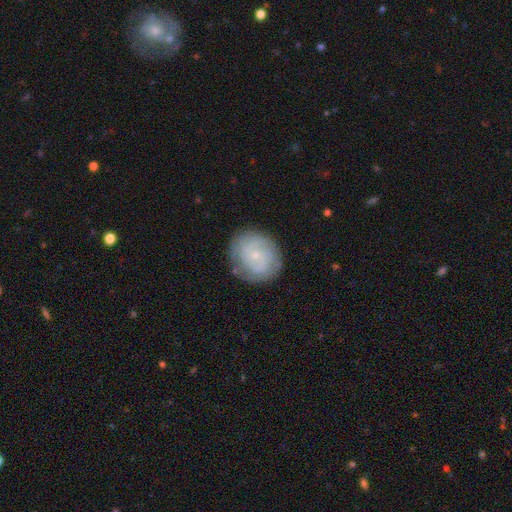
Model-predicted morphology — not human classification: Overall: featured or disk (64%; smooth 29%). Edge-on disk: no (98%). Bar: no (77%). Spiral arms: yes (86%). Spiral arm count: can't tell (39%; 2 31%). Spiral winding: tight (65%; medium 27%). Bulge size: small (83%). Merging: none (80%).